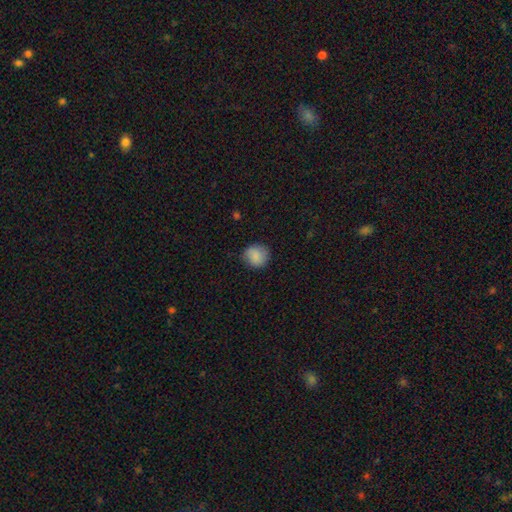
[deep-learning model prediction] smooth 87%, star or artifact 8%, featured or disk 5%. Down the decision tree: how rounded — round (85%); merging — none (81%).